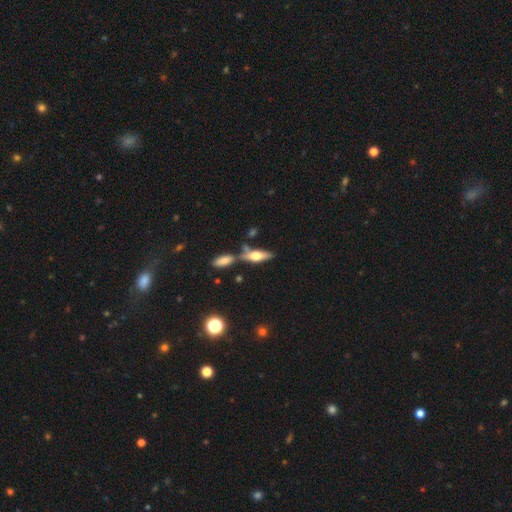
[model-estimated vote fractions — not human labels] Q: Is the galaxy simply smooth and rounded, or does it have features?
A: smooth — 52%.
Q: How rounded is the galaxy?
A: in between — 56%.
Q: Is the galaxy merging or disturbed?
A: none — 56%.